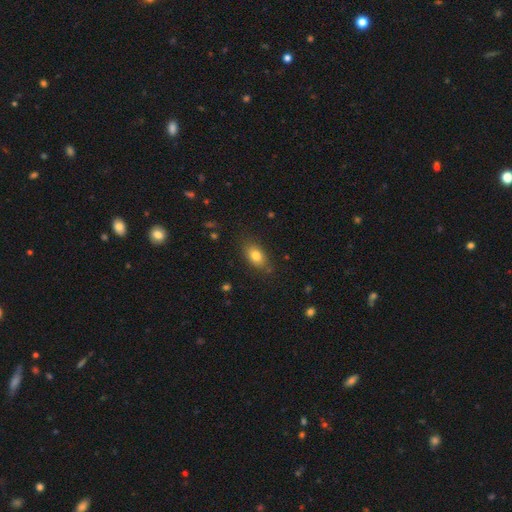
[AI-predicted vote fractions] This is likely a smooth galaxy (80%). How rounded: clearly in between (86%). Merging: clearly none (81%).